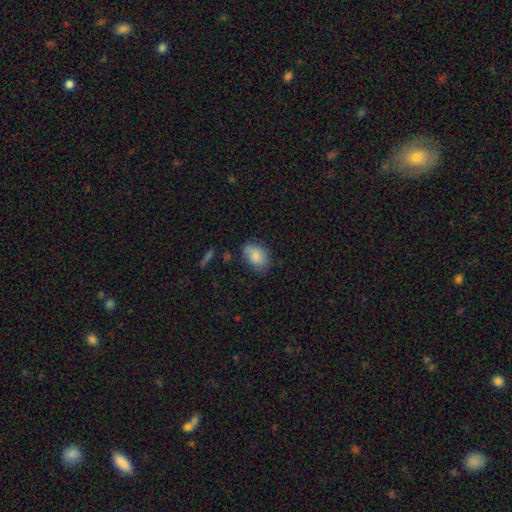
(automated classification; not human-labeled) Overall: smooth (80%). How rounded: in between (83%). Merging: none (68%).